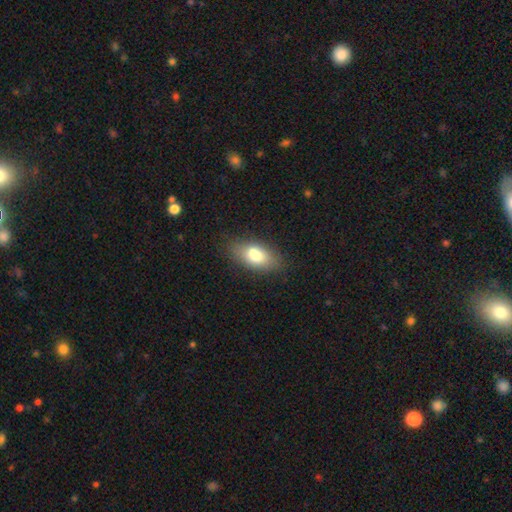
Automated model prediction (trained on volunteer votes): smooth_or_featured: smooth (p=0.76) [alt: featured or disk p=0.15]
how_rounded: in between (p=0.89) [alt: cigar-shaped p=0.06]
merging: none (p=0.72) [alt: minor disturbance p=0.18]